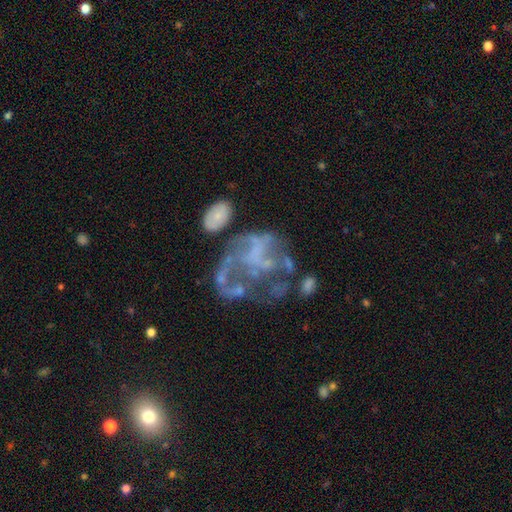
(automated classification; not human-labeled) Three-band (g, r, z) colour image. It shows a featured or disk galaxy (69%) with no bar (85%), no spiral arms (74%) and no central bulge (78%). Merging: major disturbance (42%).